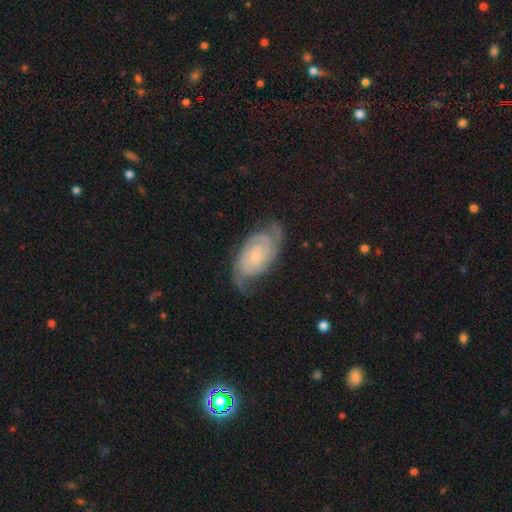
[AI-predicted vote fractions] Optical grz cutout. It shows a featured or disk galaxy (88%) with no bar (67%), 2 (75%) tight (63%) spiral arms (97%) and a small central bulge (69%). Merging: none (71%).